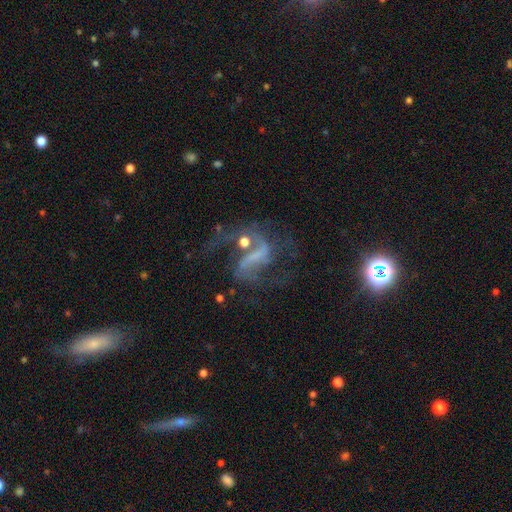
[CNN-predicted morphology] A featured or disk galaxy (77%) with a strong bar (40%), 2 (77%) loose (58%) spiral arms (87%) and no central bulge (42%).

Vote fractions:
- Smooth or featured? featured or disk: 77% / star or artifact: 14% / smooth: 9%
- Edge-on disk? no: 96% / yes: 4%
- Bar? strong: 40% / weak: 39% / no: 21%
- Spiral arms? yes: 87% / no: 13%
- Spiral winding? loose: 58% / medium: 33% / tight: 8%
- Spiral arm count? 2: 77% / 1: 8% / can't tell: 8% / 3: 3% / 4: 2% / more than 4: 2%
- Bulge size? none: 42% / small: 35% / moderate: 18% / large: 3% / dominant: 1%
- Merging? none: 43% / major disturbance: 32% / minor disturbance: 15% / merger: 11%